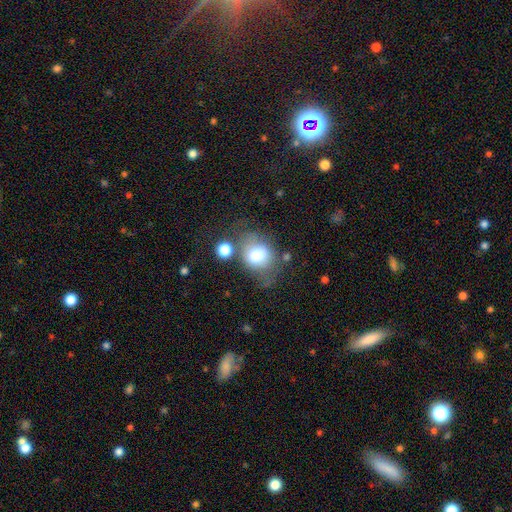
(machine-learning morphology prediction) A smooth galaxy with no disk features (70%) that is round (56%).

Vote fractions:
- Smooth or featured? smooth: 70% / featured or disk: 19% / star or artifact: 11%
- How rounded? round: 56% / in between: 43% / cigar-shaped: 1%
- Merging? none: 53% / minor disturbance: 22% / major disturbance: 13% / merger: 12%